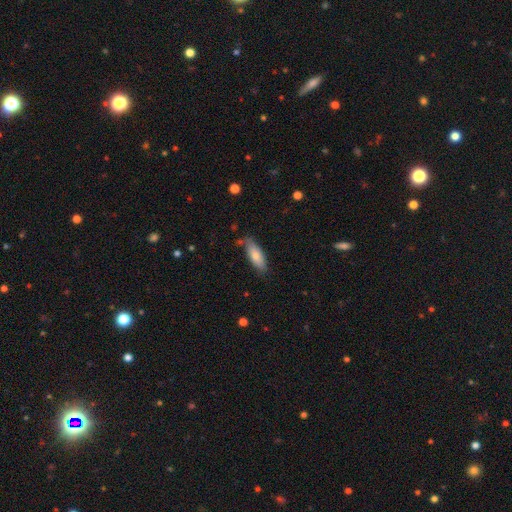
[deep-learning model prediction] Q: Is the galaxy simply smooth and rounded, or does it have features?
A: smooth — 76%.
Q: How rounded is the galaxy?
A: in between — 64%.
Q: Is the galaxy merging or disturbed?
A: none — 71%.